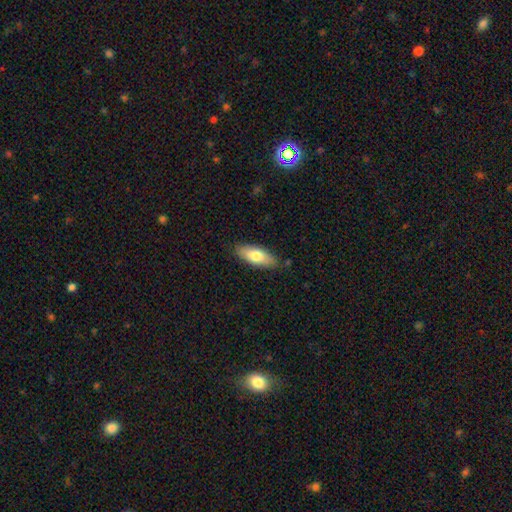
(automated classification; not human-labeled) Smooth or featured? Predicted: smooth (p=0.76). How rounded? Predicted: in between (p=0.75). Merging? Predicted: none (p=0.84).